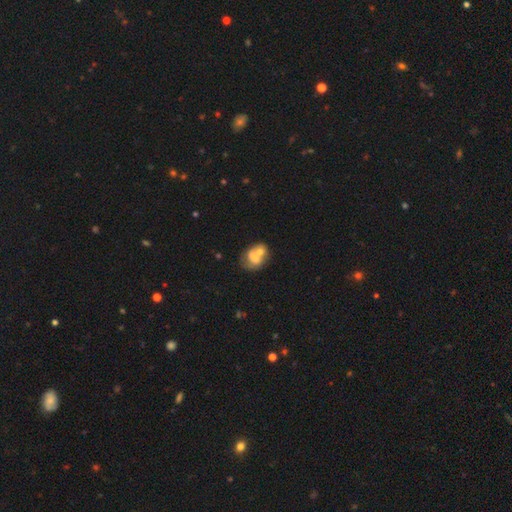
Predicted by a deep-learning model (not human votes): This appears to be a smooth galaxy with no disk features (54%) that is in between round and cigar-shaped (59%). Merging: merger (60%).